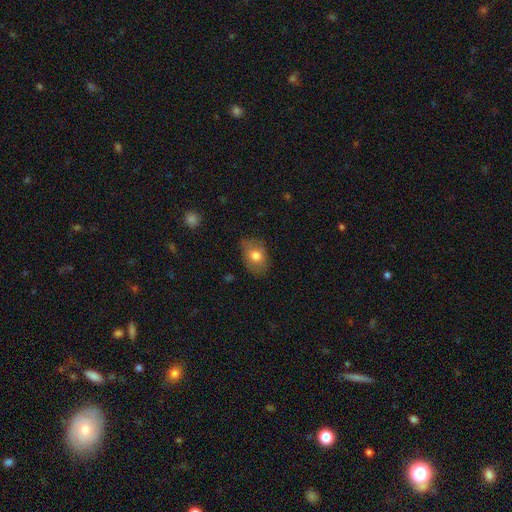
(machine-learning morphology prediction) smooth_or_featured: smooth (p=0.74) [alt: featured or disk p=0.18]
how_rounded: in between (p=0.78) [alt: round p=0.21]
merging: none (p=0.78) [alt: minor disturbance p=0.17]